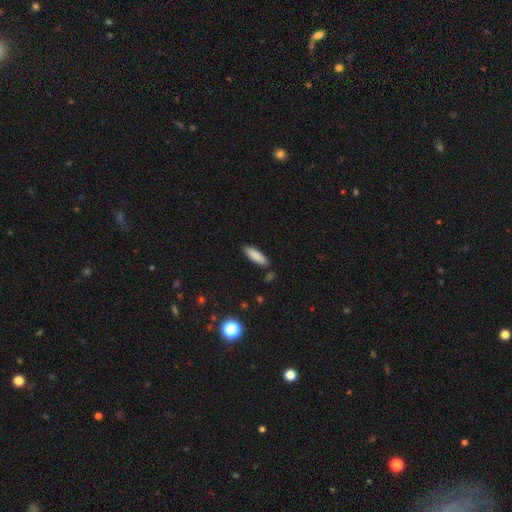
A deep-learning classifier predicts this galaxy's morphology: Smooth or featured? Predicted: smooth (p=0.87). How rounded? Predicted: cigar-shaped (p=0.51). Merging? Predicted: none (p=0.86).